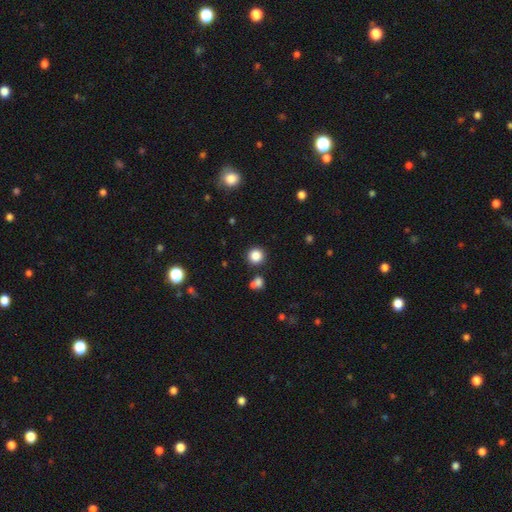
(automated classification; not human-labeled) A smooth galaxy with no disk features (85%) that is round (93%). Merging: none (86%).